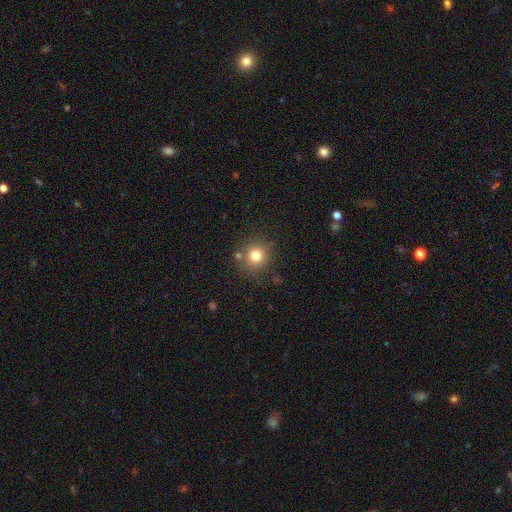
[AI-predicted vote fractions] The model was most divided on "smooth or featured": smooth: 78%, star or artifact: 14%, featured or disk: 9%. More confident: how rounded — round (91%); merging — none (80%).